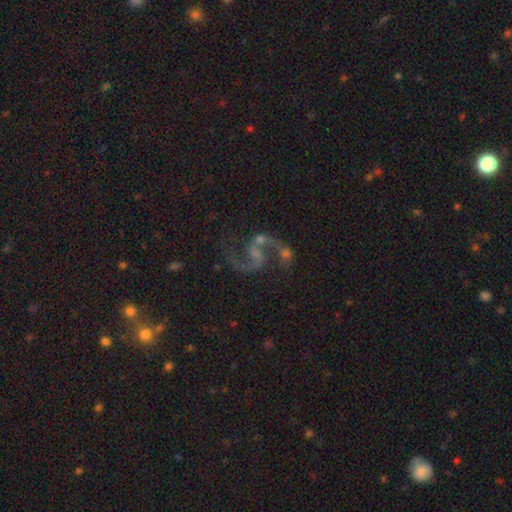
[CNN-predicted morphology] Q: Smooth or featured?
A: featured or disk (89%); runner-up: star or artifact (7%)
Q: Edge-on disk?
A: no (98%); runner-up: yes (2%)
Q: Bar?
A: no (45%); runner-up: weak (42%)
Q: Spiral arms?
A: yes (97%); runner-up: no (3%)
Q: Spiral winding?
A: loose (57%); runner-up: medium (38%)
Q: Spiral arm count?
A: 2 (92%); runner-up: 1 (4%)
Q: Bulge size?
A: small (42%); runner-up: none (32%)
Q: Merging?
A: none (56%); runner-up: merger (18%)